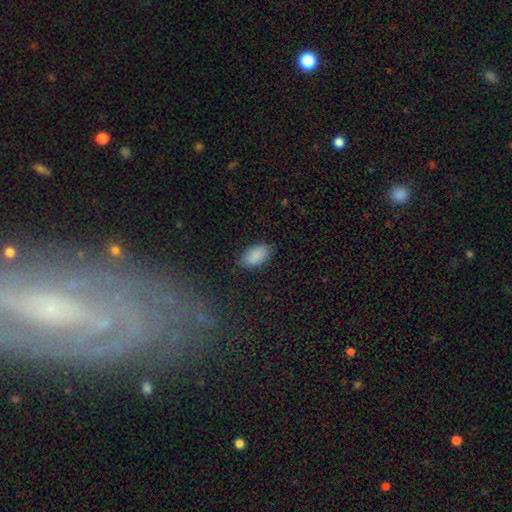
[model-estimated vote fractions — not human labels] The model was most divided on "merging": none: 85%, minor disturbance: 11%, major disturbance: 3%, merger: 1%. More confident: how rounded — in between (95%); smooth or featured — smooth (89%).